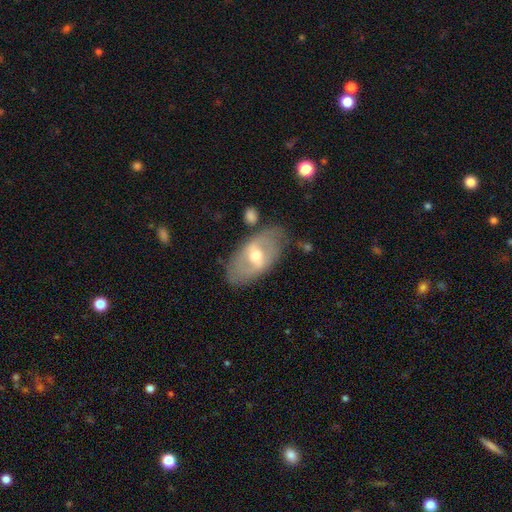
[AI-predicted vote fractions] Smooth or featured?
  - featured or disk: 66% *
  - smooth: 28%
  - star or artifact: 6%
Edge-on disk?
  - no: 89% *
  - yes: 11%
Bar?
  - weak: 43% *
  - strong: 41%
  - no: 17%
Spiral arms?
  - yes: 50% * (tied)
  - no: 50% * (tied)
Bulge size?
  - moderate: 71% *
  - small: 20%
  - large: 7%
  - none: 1%
  - dominant: 1%
Merging?
  - none: 71% *
  - minor disturbance: 19%
  - major disturbance: 7%
  - merger: 4%